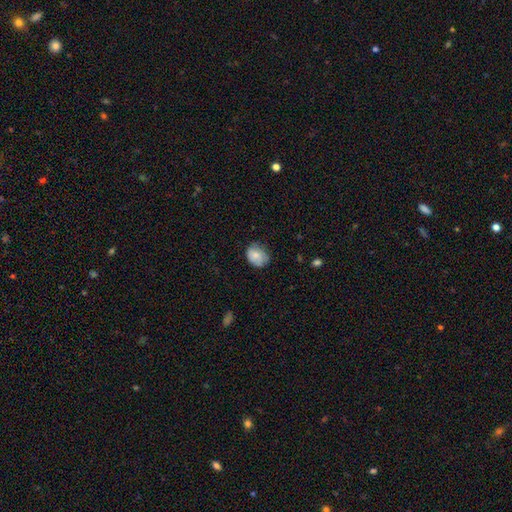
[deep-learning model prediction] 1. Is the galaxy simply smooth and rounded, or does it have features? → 74% smooth, 19% featured or disk, 7% star or artifact.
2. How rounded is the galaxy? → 50% in between, 49% round, 1% cigar-shaped.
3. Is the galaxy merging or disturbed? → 60% none, 31% minor disturbance, 8% major disturbance, 1% merger.